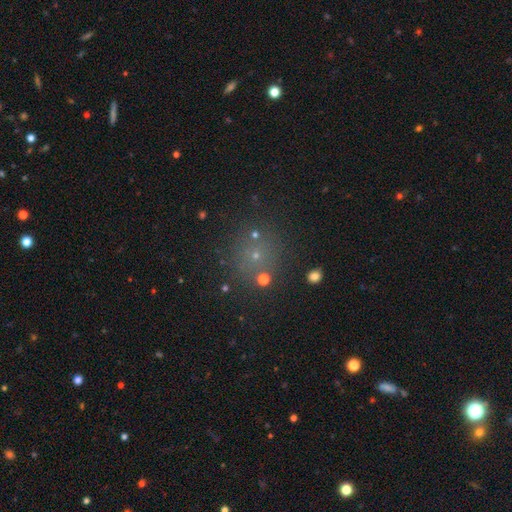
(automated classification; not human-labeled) smooth 49%, star or artifact 41%, featured or disk 10%. Down the decision tree: merging — none (78%).